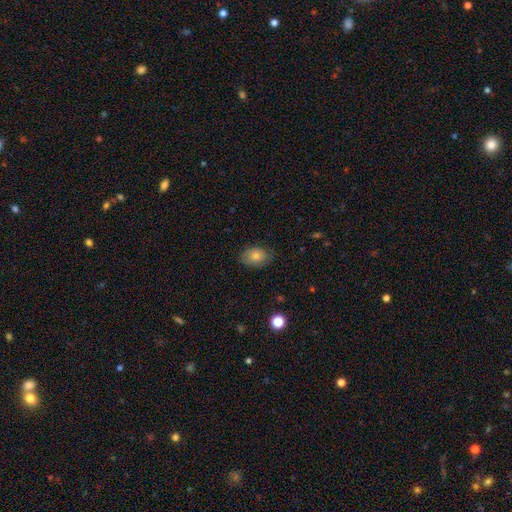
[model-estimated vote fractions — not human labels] This is likely a smooth galaxy (73%). How rounded: likely in between (74%). Merging: likely none (78%).